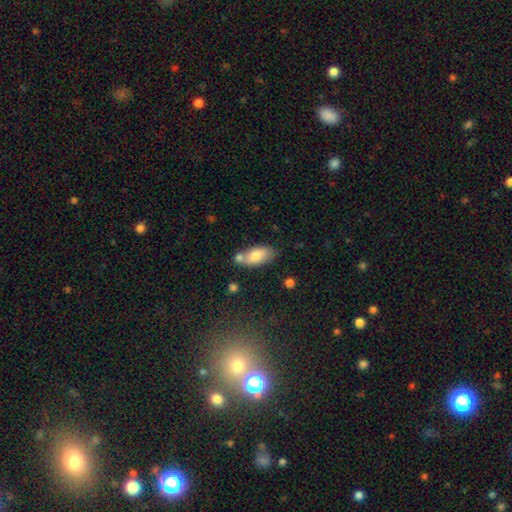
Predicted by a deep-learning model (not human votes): Overall: smooth (78%). How rounded: in between (89%). Merging: none (59%; merger 21%).